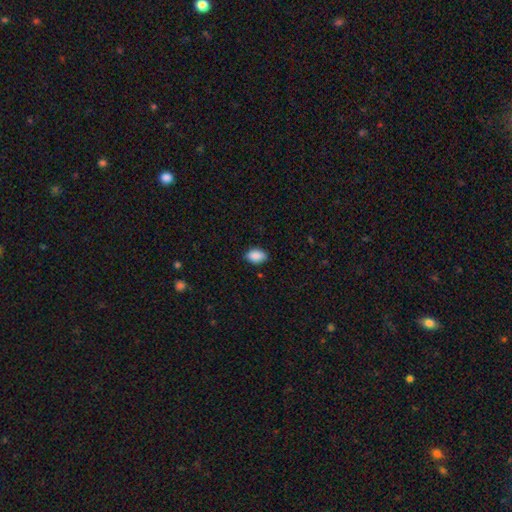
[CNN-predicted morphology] type=smooth (89%); roundness=in between (88%); merging=none (84%).